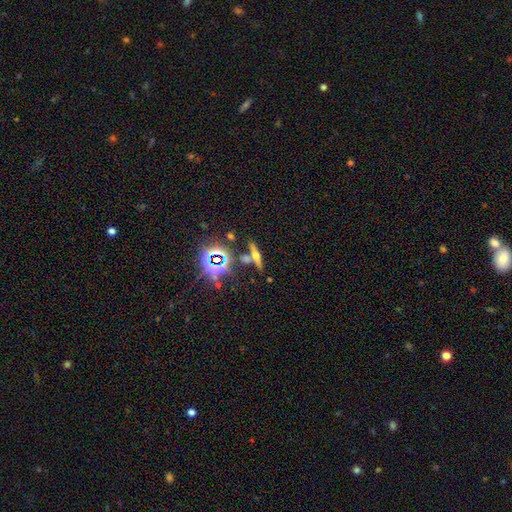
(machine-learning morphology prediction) Smooth or featured? featured or disk (52%)
Edge-on disk? yes (92%)
Merging? none (76%)